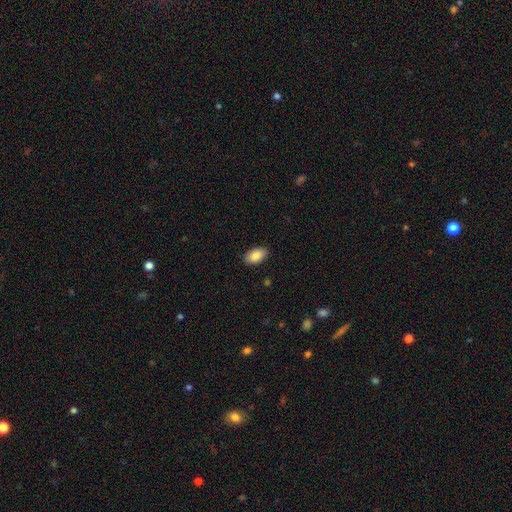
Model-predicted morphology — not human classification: Overall: smooth (86%). How rounded: in between (94%). Merging: none (88%).